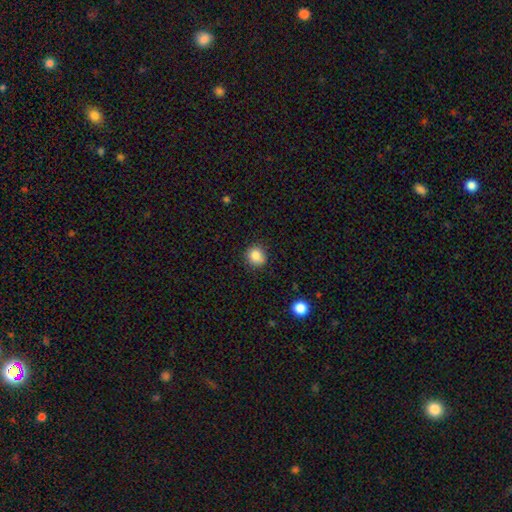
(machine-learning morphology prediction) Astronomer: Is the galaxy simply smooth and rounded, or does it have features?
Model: smooth — 85%.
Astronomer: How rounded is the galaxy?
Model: round — 87%.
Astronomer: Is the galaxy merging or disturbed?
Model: none — 85%.